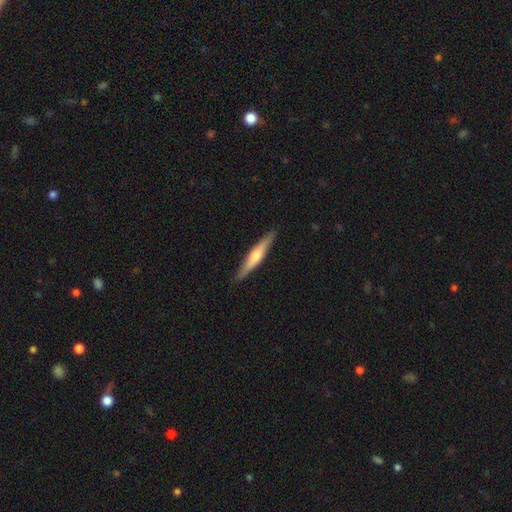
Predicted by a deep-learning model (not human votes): The model was most divided on "smooth or featured": featured or disk: 57%, smooth: 38%, star or artifact: 5%. More confident: edge-on disk — yes (96%); merging — none (90%); edge-on bulge — rounded (83%).